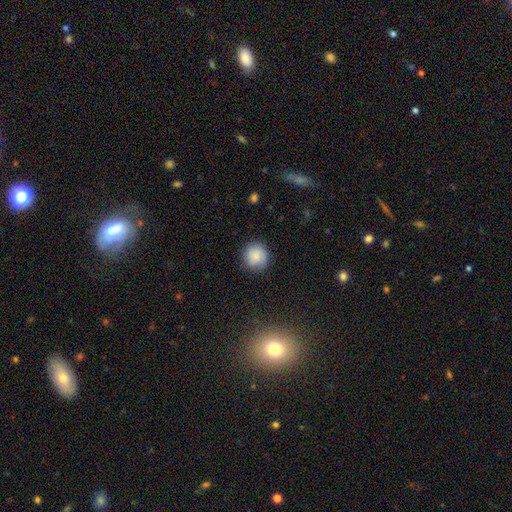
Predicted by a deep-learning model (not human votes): smooth_or_featured: smooth (p=0.84) [alt: star or artifact p=0.08]
how_rounded: round (p=0.92) [alt: in between p=0.07]
merging: none (p=0.86) [alt: minor disturbance p=0.10]